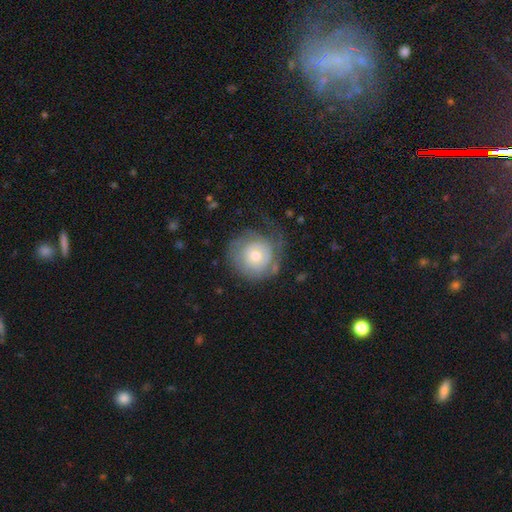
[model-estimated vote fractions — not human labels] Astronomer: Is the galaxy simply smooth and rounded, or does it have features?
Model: featured or disk — 56% (runner-up: smooth, 37%).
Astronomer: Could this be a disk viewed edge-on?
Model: no — 97%.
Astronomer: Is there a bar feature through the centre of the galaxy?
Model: no — 82%.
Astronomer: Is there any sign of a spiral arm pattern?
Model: yes — 78%.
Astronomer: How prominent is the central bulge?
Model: moderate — 50% (runner-up: small, 43%).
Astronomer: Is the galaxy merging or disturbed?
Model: none — 56%.